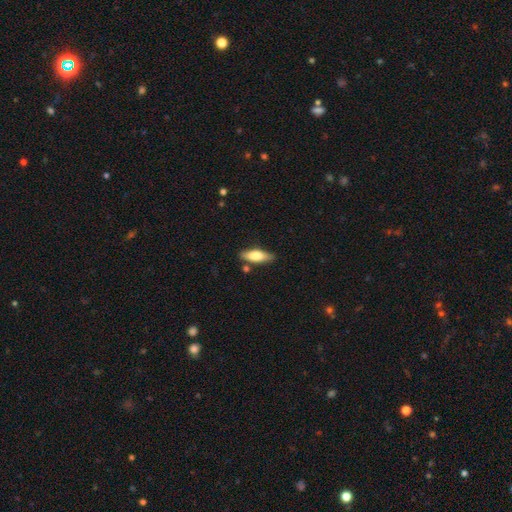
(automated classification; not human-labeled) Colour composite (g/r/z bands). It shows a smooth galaxy with no disk features (71%) that is in between round and cigar-shaped (60%). Merging: none (80%).